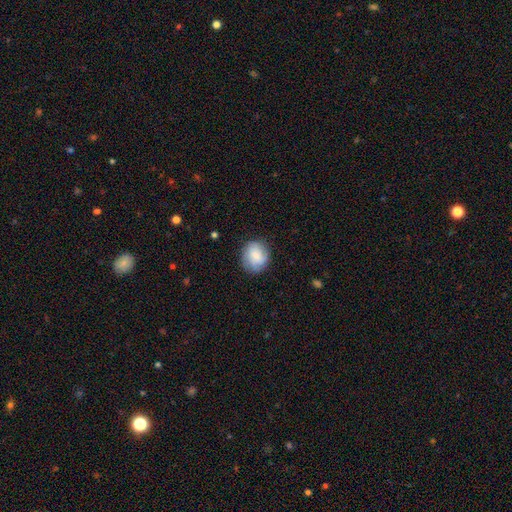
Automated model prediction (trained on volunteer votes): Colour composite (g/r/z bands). It shows a smooth galaxy with no disk features (71%) that is round (69%). Merging: none (79%).